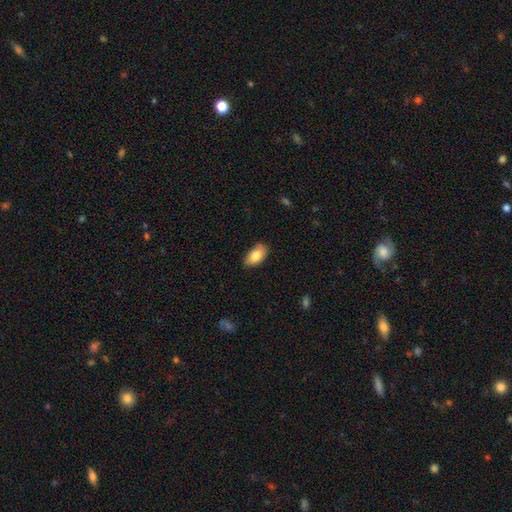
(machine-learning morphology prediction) A smooth galaxy with no disk features (82%) that is in between round and cigar-shaped (93%). Merging: none (76%).